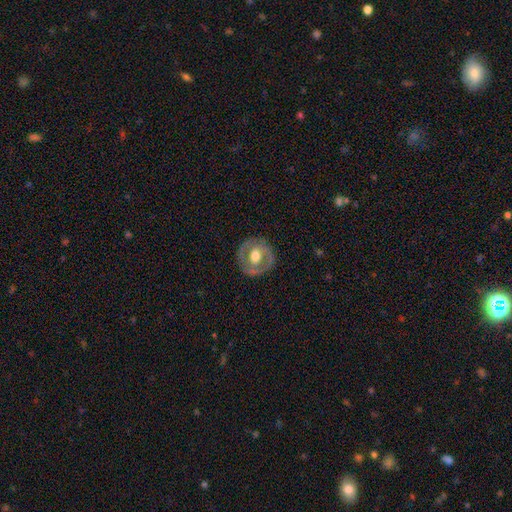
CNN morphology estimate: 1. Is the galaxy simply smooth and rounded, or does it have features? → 57% featured or disk, 37% smooth, 5% star or artifact.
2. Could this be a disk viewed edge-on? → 95% no, 5% yes.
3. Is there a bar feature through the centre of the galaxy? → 59% no, 30% weak, 11% strong.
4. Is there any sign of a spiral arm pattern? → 74% no, 26% yes.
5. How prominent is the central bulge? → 62% moderate, 30% large, 5% small, 2% dominant, 1% none.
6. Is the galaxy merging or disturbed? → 82% none, 12% minor disturbance, 5% major disturbance, 1% merger.